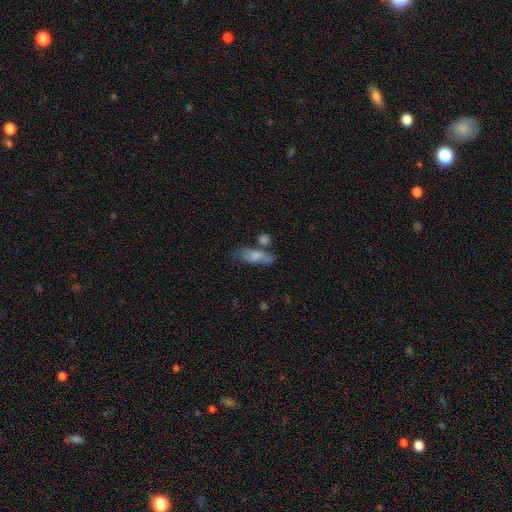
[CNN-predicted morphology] Overall: smooth (73%). How rounded: in between (67%; cigar-shaped 28%). Merging: none (46%; merger 23%).